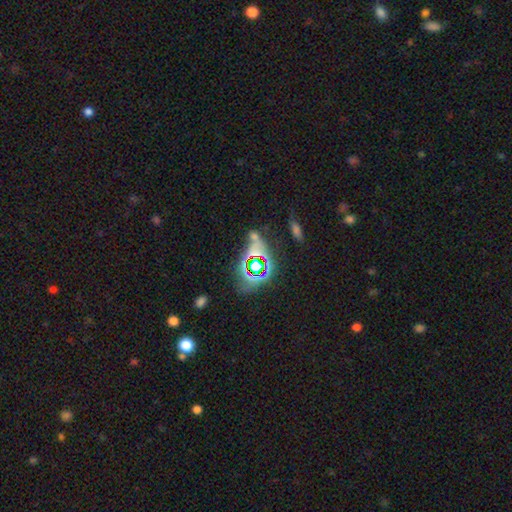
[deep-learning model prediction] smooth-or-featured: star or artifact: 63% | smooth: 25% | featured or disk: 12%